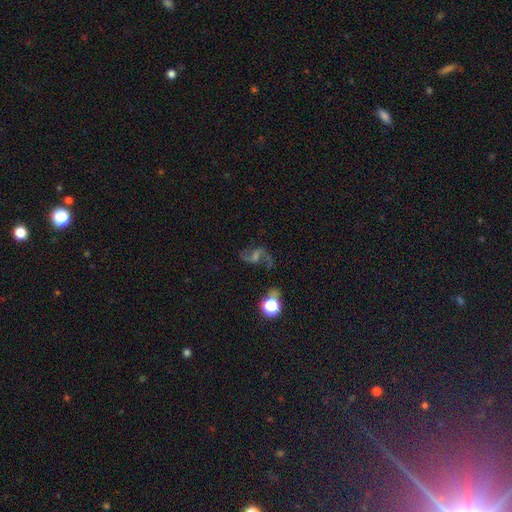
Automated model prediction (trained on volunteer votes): Q: Smooth or featured?
A: featured or disk (81%); runner-up: star or artifact (11%)
Q: Edge-on disk?
A: no (97%); runner-up: yes (3%)
Q: Bar?
A: weak (48%); runner-up: no (33%)
Q: Spiral arms?
A: yes (96%); runner-up: no (4%)
Q: Spiral winding?
A: loose (72%); runner-up: medium (23%)
Q: Spiral arm count?
A: 2 (93%); runner-up: 1 (2%)
Q: Bulge size?
A: small (42%); runner-up: moderate (34%)
Q: Merging?
A: none (72%); runner-up: minor disturbance (14%)